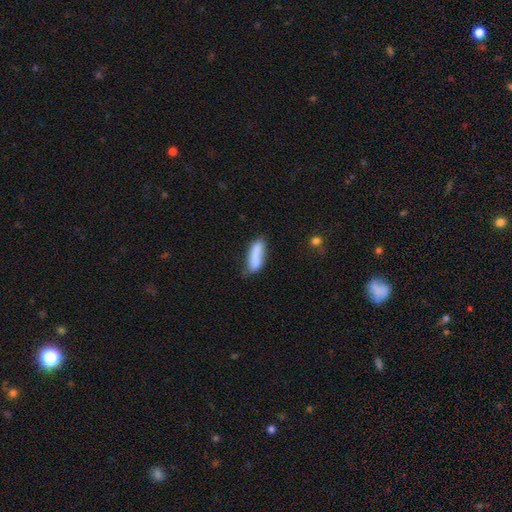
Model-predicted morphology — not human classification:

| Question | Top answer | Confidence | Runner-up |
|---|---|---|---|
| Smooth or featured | smooth | 82% | featured or disk (11%) |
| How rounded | in between | 55% | cigar-shaped (43%) |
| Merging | none | 56% | minor disturbance (29%) |